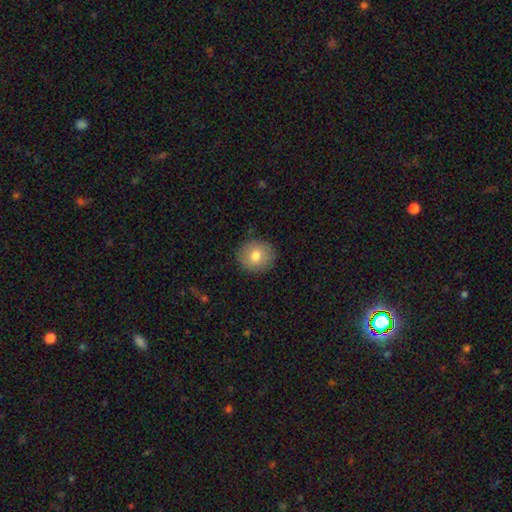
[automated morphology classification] A smooth galaxy with no disk features (76%) that is round (87%). Merging: none (88%).